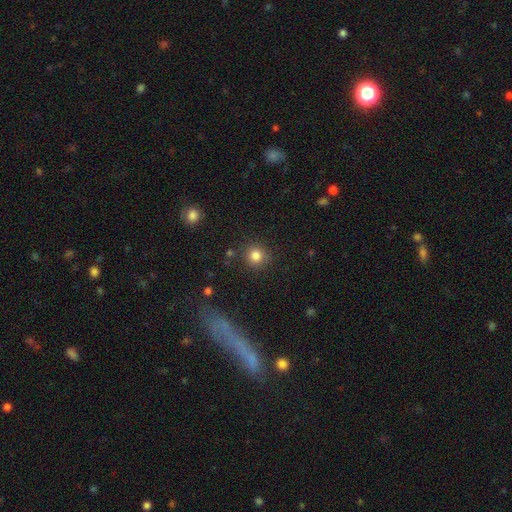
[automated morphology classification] Smooth or featured? smooth (83%)
How rounded? round (92%)
Merging? none (86%)